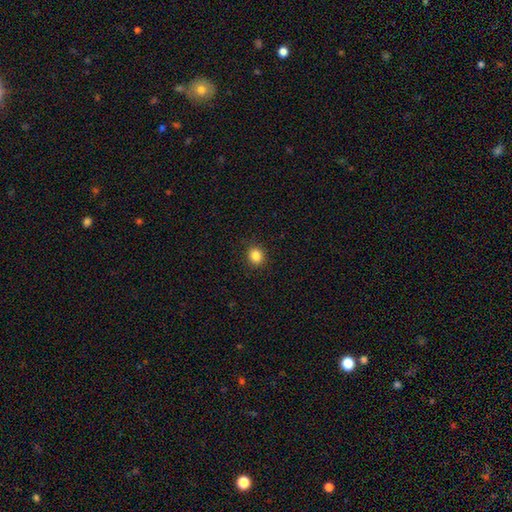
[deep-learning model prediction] Smooth or featured?
  - smooth: 85% *
  - star or artifact: 10%
  - featured or disk: 4%
How rounded?
  - round: 74% *
  - in between: 25%
  - cigar-shaped: 1%
Merging?
  - none: 91% *
  - minor disturbance: 6%
  - major disturbance: 2%
  - merger: 1%